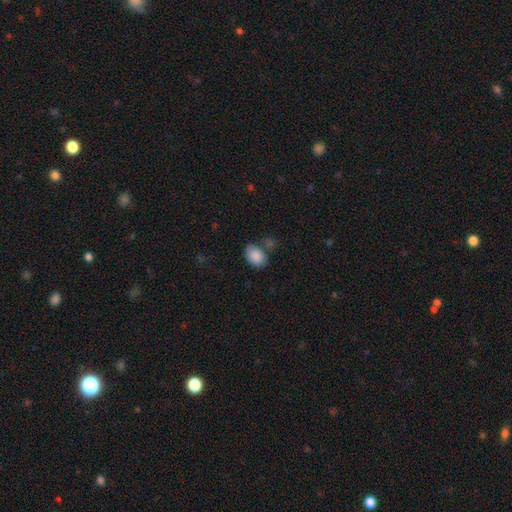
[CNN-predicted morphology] type=smooth (88%); roundness=in between (81%); merging=none (61%).